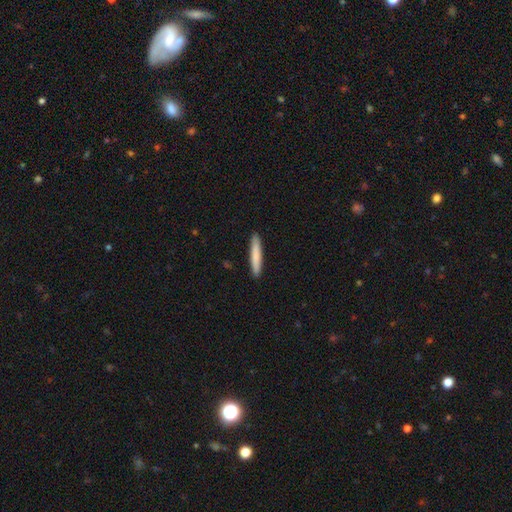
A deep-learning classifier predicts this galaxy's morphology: Q: Smooth or featured?
A: smooth (80%); runner-up: featured or disk (15%)
Q: How rounded?
A: cigar-shaped (95%); runner-up: in between (4%)
Q: Merging?
A: none (92%); runner-up: minor disturbance (6%)